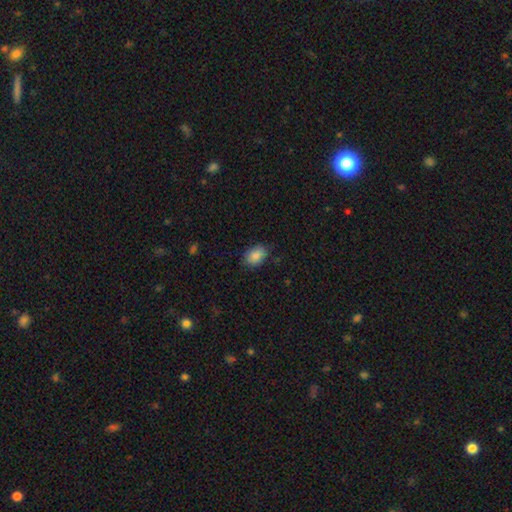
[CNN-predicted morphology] Smooth or featured?
  - smooth: 87% *
  - star or artifact: 8%
  - featured or disk: 5%
How rounded?
  - in between: 79% *
  - round: 20%
  - cigar-shaped: 1%
Merging?
  - none: 77% *
  - minor disturbance: 18%
  - major disturbance: 4%
  - merger: 1%